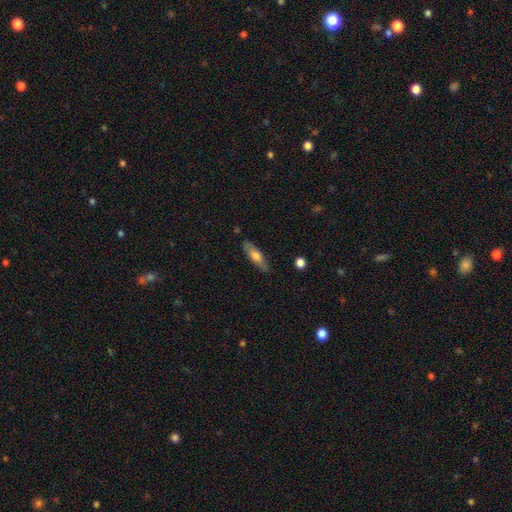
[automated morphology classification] Overall: smooth (61%; featured or disk 33%). How rounded: cigar-shaped (56%; in between 42%). Merging: none (83%).